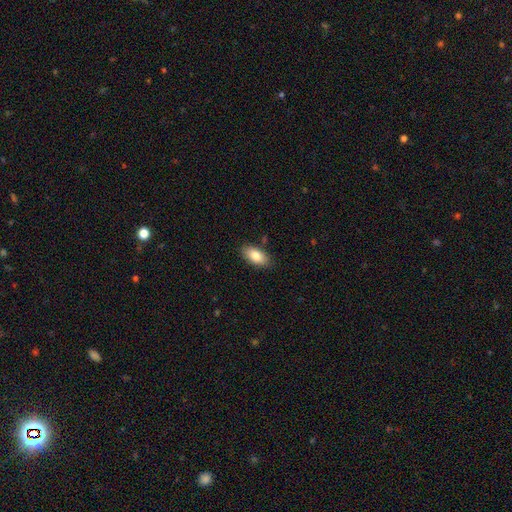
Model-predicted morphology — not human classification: The model was most divided on "smooth or featured": smooth: 83%, featured or disk: 11%, star or artifact: 7%. More confident: how rounded — in between (92%); merging — none (86%).